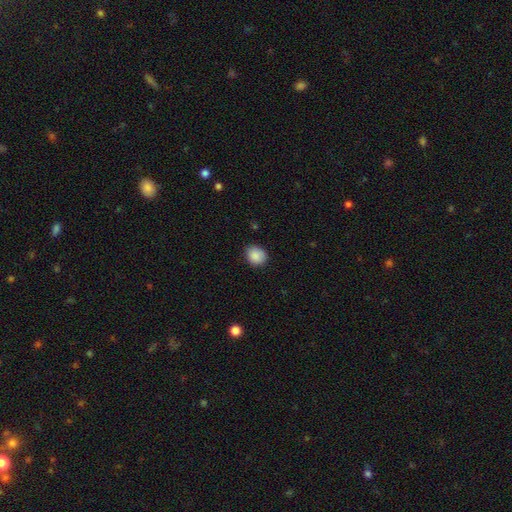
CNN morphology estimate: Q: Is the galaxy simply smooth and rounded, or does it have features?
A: smooth — 88%.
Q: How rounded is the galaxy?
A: round — 61%.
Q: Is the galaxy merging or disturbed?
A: none — 79%.